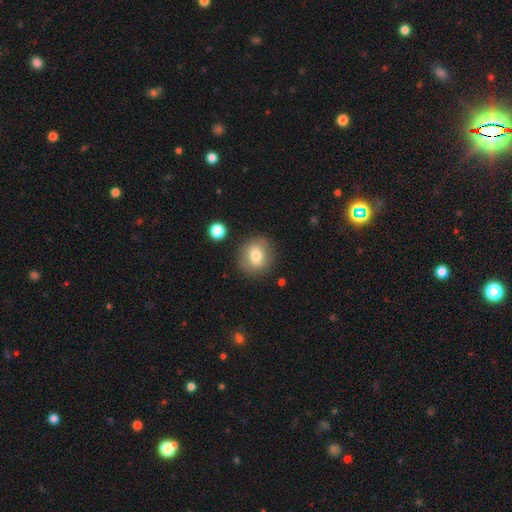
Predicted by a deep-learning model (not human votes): smooth-or-featured: smooth: 75% | featured or disk: 16% | star or artifact: 9%
  how-rounded: round: 78% | in between: 21% | cigar-shaped: 1%
  merging: none: 83% | minor disturbance: 11% | major disturbance: 4% | merger: 3%